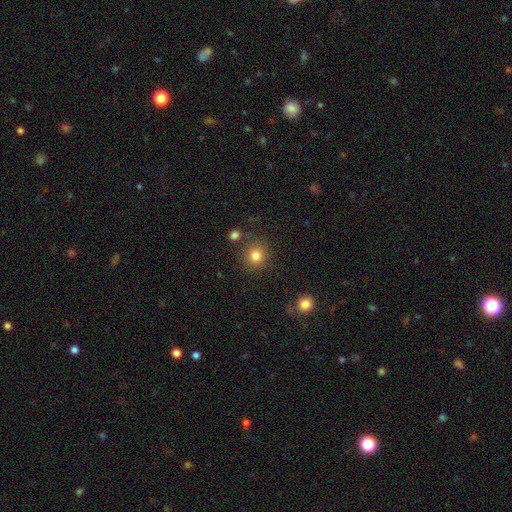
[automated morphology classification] Q: Smooth or featured?
A: smooth (82%); runner-up: star or artifact (11%)
Q: How rounded?
A: round (87%); runner-up: in between (12%)
Q: Merging?
A: none (81%); runner-up: minor disturbance (10%)